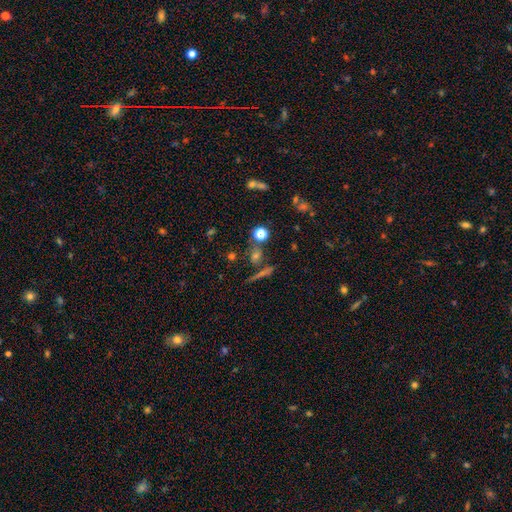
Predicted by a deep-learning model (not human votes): A smooth galaxy with no disk features (50%) that is round (72%).

Vote fractions:
- Smooth or featured? smooth: 50% / star or artifact: 30% / featured or disk: 20%
- How rounded? round: 72% / in between: 15% / cigar-shaped: 13%
- Merging? none: 73% / merger: 13% / minor disturbance: 9% / major disturbance: 5%